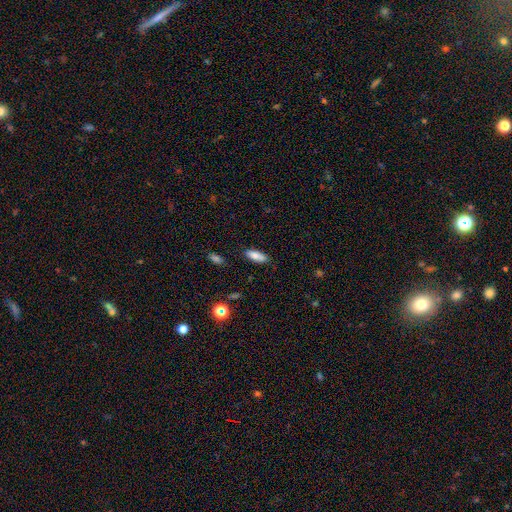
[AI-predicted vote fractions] smooth-or-featured: smooth: 81% | featured or disk: 10% | star or artifact: 9%
  how-rounded: in between: 70% | cigar-shaped: 28% | round: 2%
  merging: none: 82% | minor disturbance: 13% | major disturbance: 3% | merger: 2%